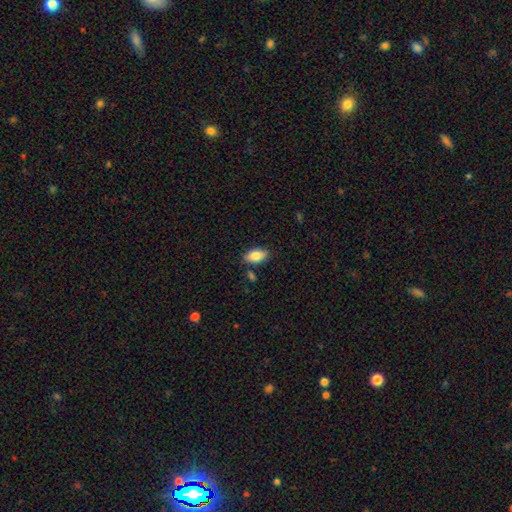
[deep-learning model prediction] Q: Smooth or featured?
A: smooth (85%); runner-up: featured or disk (8%)
Q: How rounded?
A: in between (92%); runner-up: cigar-shaped (5%)
Q: Merging?
A: none (83%); runner-up: minor disturbance (11%)